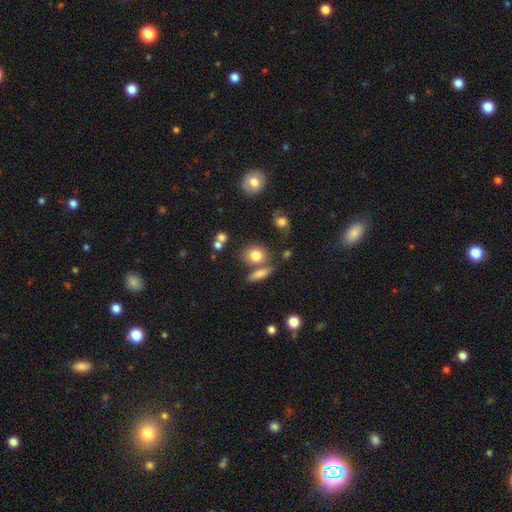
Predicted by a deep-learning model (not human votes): Overall: smooth (78%). How rounded: round (54%; in between 41%). Merging: none (61%; merger 22%).